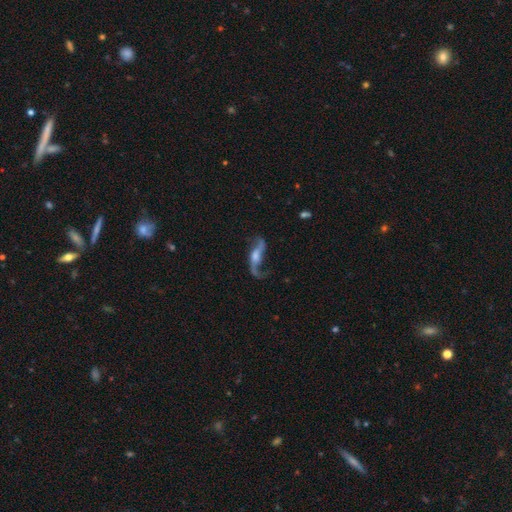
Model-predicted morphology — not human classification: Smooth or featured?
  - featured or disk: 82% *
  - smooth: 12%
  - star or artifact: 7%
Edge-on disk?
  - no: 83% *
  - yes: 17%
Bar?
  - no: 41% *
  - weak: 35%
  - strong: 24%
Spiral arms?
  - yes: 93% *
  - no: 7%
Spiral winding?
  - loose: 82% *
  - medium: 15%
  - tight: 4%
Spiral arm count?
  - 2: 87% *
  - 1: 7%
  - can't tell: 3%
  - 3: 1%
  - 4: 1%
  - more than 4: 1%
Bulge size?
  - moderate: 47% *
  - small: 26%
  - large: 15%
  - none: 9%
  - dominant: 3%
Merging?
  - none: 60% *
  - major disturbance: 19%
  - minor disturbance: 18%
  - merger: 3%